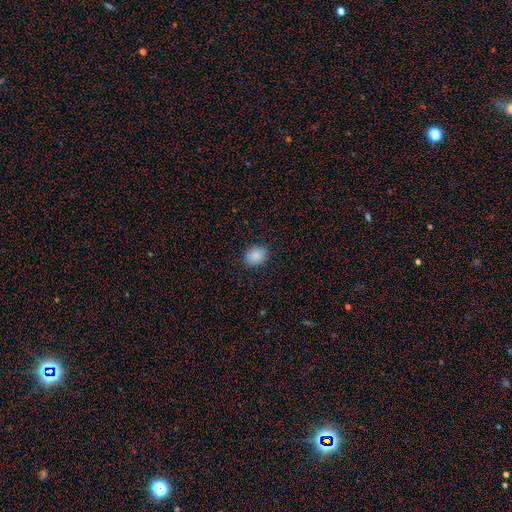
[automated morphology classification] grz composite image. It shows a smooth galaxy with no disk features (87%) that is round (56%). Merging: none (86%).